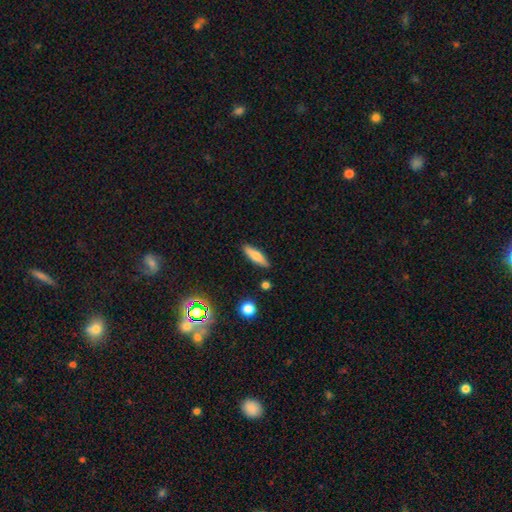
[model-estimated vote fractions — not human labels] Smooth or featured?
  - smooth: 71% *
  - featured or disk: 21%
  - star or artifact: 8%
How rounded?
  - cigar-shaped: 62% *
  - in between: 36%
  - round: 2%
Merging?
  - none: 86% *
  - minor disturbance: 9%
  - merger: 2%
  - major disturbance: 2%